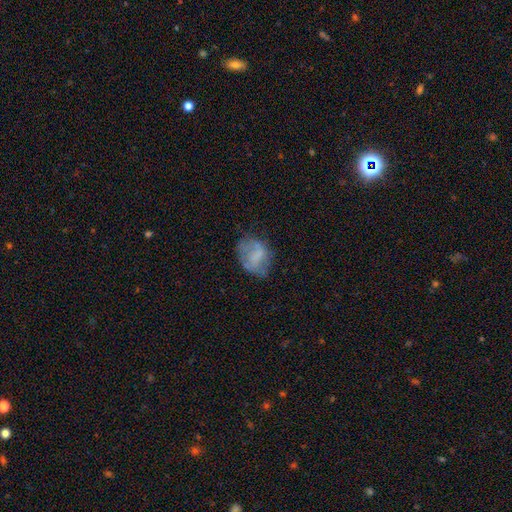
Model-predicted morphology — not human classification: A smooth galaxy with no disk features (59%) that is in between round and cigar-shaped (66%).

Vote fractions:
- Smooth or featured? smooth: 59% / featured or disk: 31% / star or artifact: 10%
- How rounded? in between: 66% / round: 32% / cigar-shaped: 1%
- Merging? none: 51% / minor disturbance: 28% / major disturbance: 19% / merger: 2%